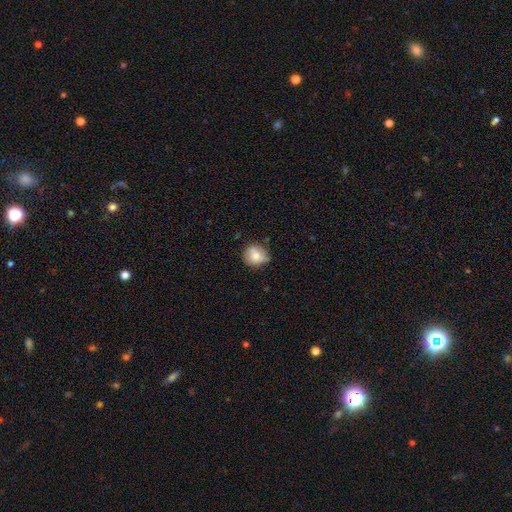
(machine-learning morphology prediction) type=smooth (76%); roundness=round (80%); merging=none (63%).